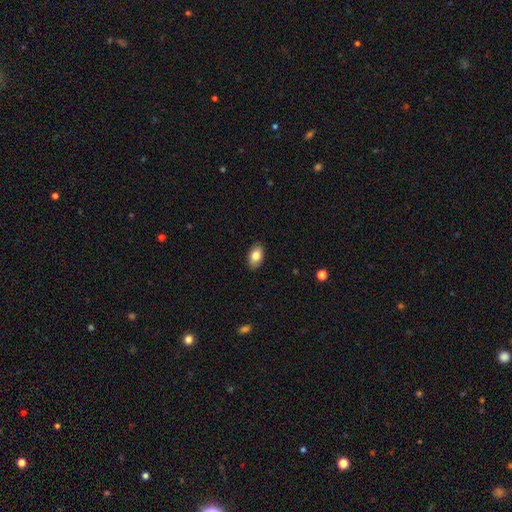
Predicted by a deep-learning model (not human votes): A smooth galaxy with no disk features (81%) that is in between round and cigar-shaped (90%).

Vote fractions:
- Smooth or featured? smooth: 81% / featured or disk: 11% / star or artifact: 7%
- How rounded? in between: 90% / round: 8% / cigar-shaped: 2%
- Merging? none: 89% / minor disturbance: 9% / major disturbance: 2% / merger: 1%